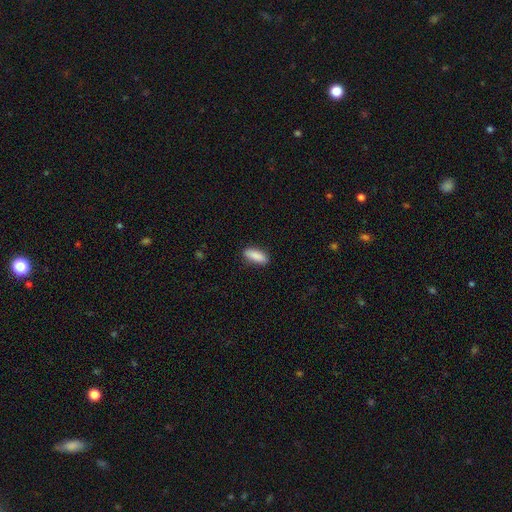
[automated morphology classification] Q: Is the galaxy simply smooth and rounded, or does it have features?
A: smooth — 89%.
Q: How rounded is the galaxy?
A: in between — 70%.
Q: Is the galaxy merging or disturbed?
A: none — 88%.